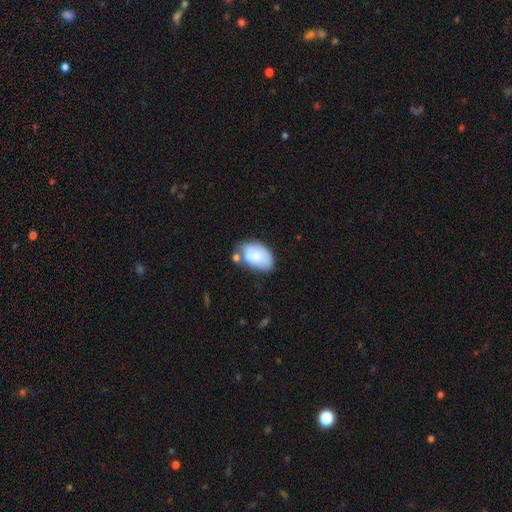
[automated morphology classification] Smooth or featured?
  - smooth: 75% *
  - featured or disk: 18%
  - star or artifact: 7%
How rounded?
  - in between: 91% *
  - round: 8%
  - cigar-shaped: 1%
Merging?
  - none: 47% *
  - minor disturbance: 27%
  - merger: 18%
  - major disturbance: 9%